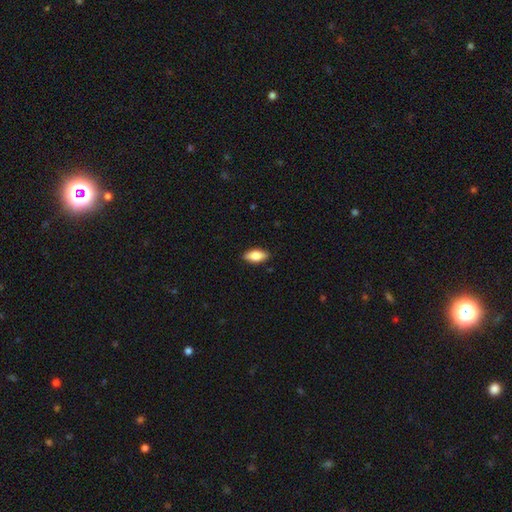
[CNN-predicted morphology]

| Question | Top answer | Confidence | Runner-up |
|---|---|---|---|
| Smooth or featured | smooth | 78% | featured or disk (16%) |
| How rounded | in between | 87% | cigar-shaped (9%) |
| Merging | none | 88% | minor disturbance (9%) |